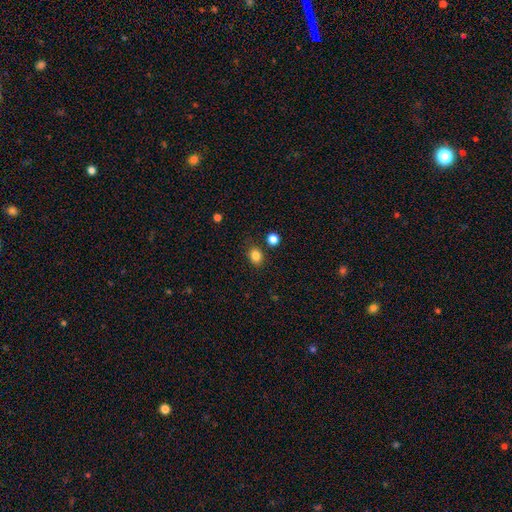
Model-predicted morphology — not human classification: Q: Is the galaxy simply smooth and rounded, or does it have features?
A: smooth — 83%.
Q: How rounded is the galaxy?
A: round — 55%.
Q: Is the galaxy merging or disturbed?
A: none — 82%.